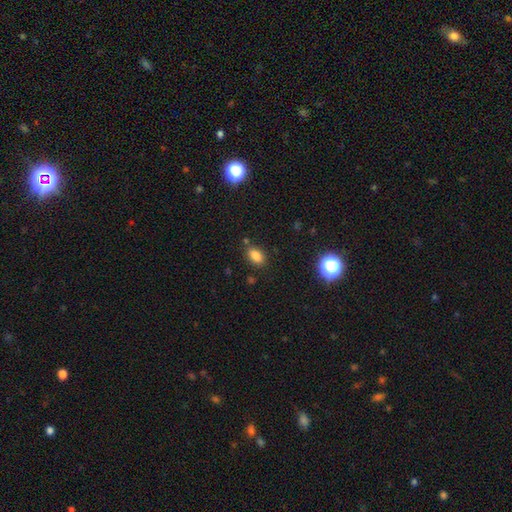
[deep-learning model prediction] Smooth or featured? Predicted: smooth (p=0.82). How rounded? Predicted: in between (p=0.85). Merging? Predicted: none (p=0.80).